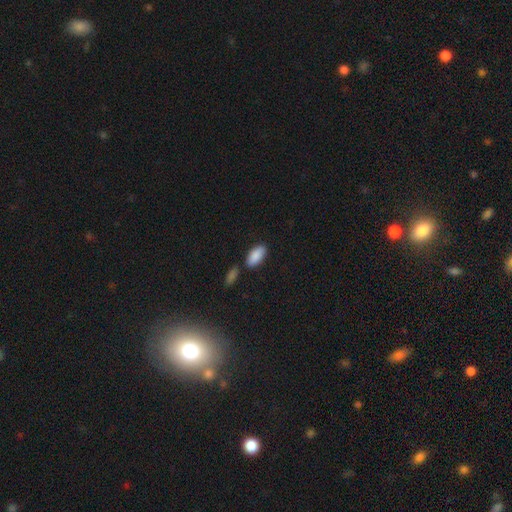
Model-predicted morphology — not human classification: Overall: smooth (89%). How rounded: in between (91%). Merging: none (74%).